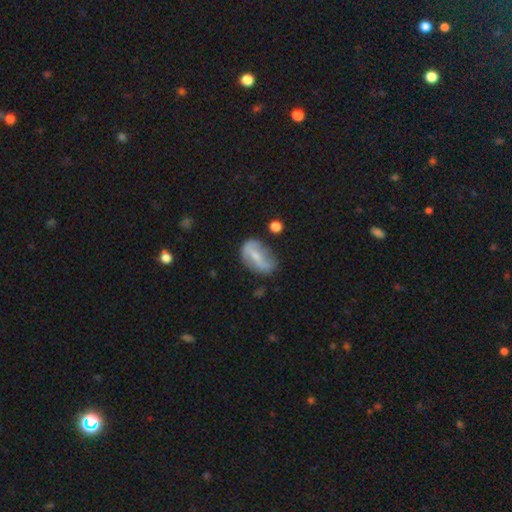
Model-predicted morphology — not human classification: This appears to be a featured or disk galaxy (59%) with a strong bar (49%), spiral arms (57%) and a small central bulge (55%). Merging: none (56%).